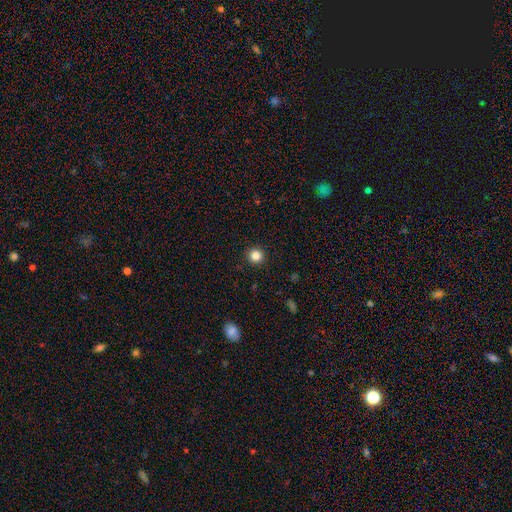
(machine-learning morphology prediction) Smooth or featured: smooth — 84% (star or artifact — 12%)
How rounded: round — 94% (in between — 5%)
Merging: none — 93% (minor disturbance — 5%)